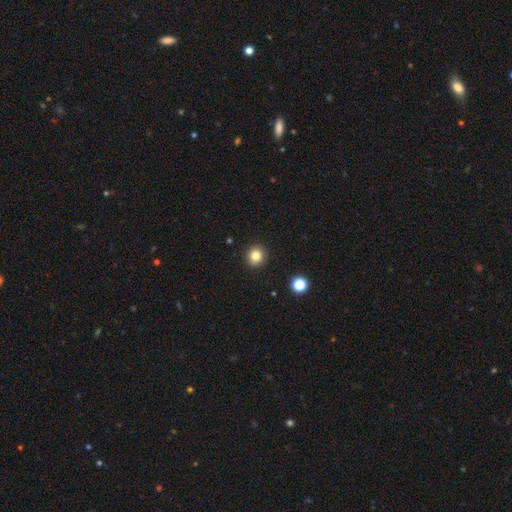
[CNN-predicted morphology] The model was most divided on "smooth or featured": smooth: 82%, star or artifact: 12%, featured or disk: 6%. More confident: merging — none (92%); how rounded — round (87%).